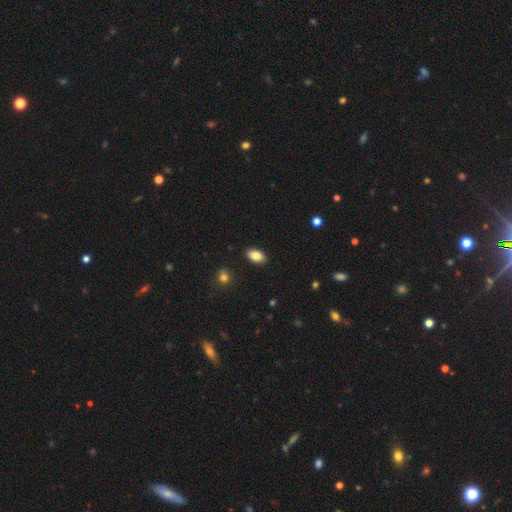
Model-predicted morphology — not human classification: smooth-or-featured: smooth: 86% | star or artifact: 8% | featured or disk: 6%
  how-rounded: in between: 92% | round: 6% | cigar-shaped: 2%
  merging: none: 89% | minor disturbance: 8% | major disturbance: 2% | merger: 1%